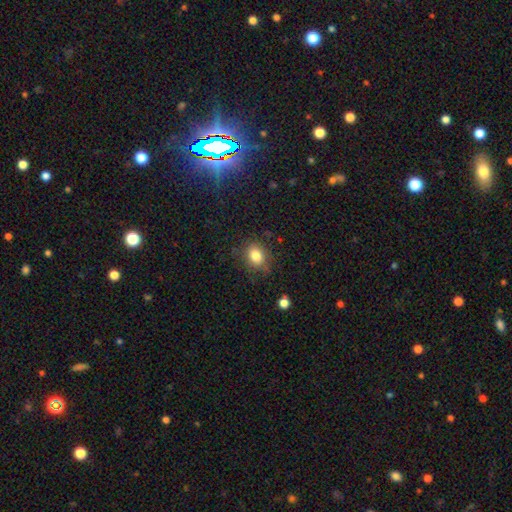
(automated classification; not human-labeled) This is clearly a smooth galaxy (82%). How rounded: possibly in between (50%). Merging: likely none (79%).